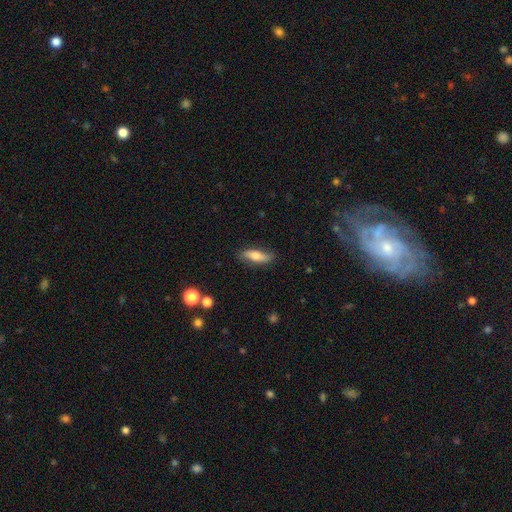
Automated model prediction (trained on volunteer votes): Overall: smooth (64%; featured or disk 29%). How rounded: cigar-shaped (49%; in between 48%). Merging: none (82%).